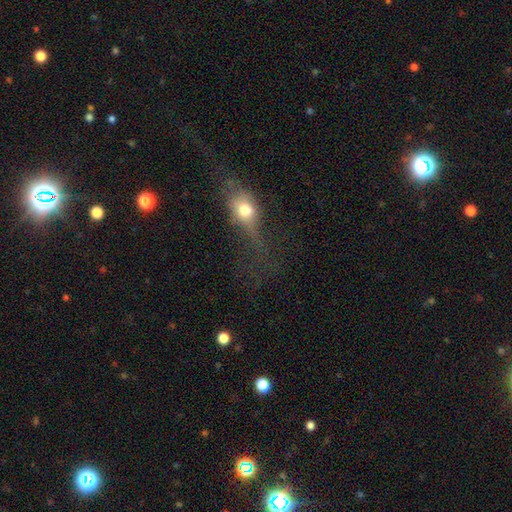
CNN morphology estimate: A featured or disk galaxy (45%).

Vote fractions:
- Smooth or featured? featured or disk: 45% / smooth: 32% / star or artifact: 23%
- Merging? none: 44% / major disturbance: 32% / minor disturbance: 19% / merger: 5%